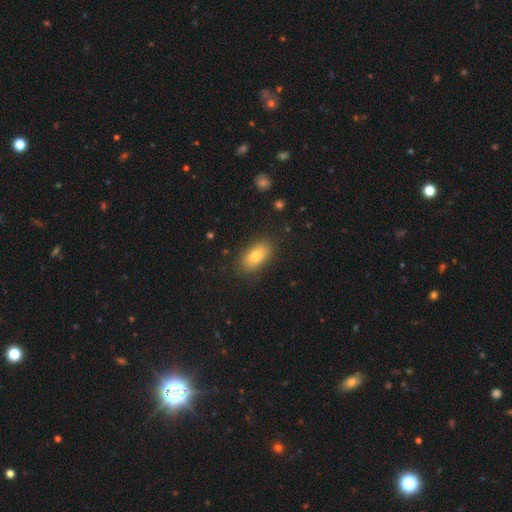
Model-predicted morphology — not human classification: This is clearly a smooth galaxy (80%). How rounded: clearly in between (89%). Merging: clearly none (86%).